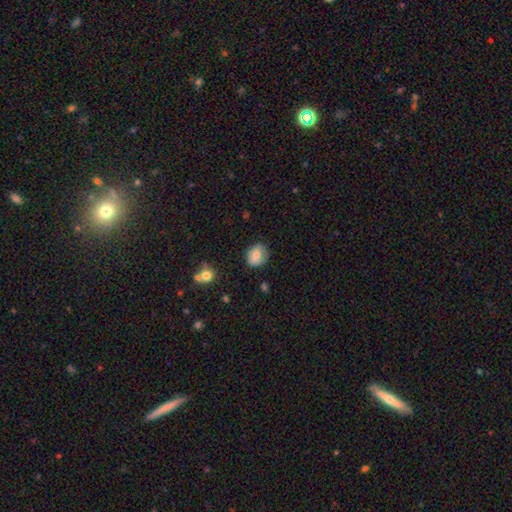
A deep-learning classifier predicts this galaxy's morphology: Smooth or featured? Predicted: smooth (p=0.80). How rounded? Predicted: round (p=0.61). Merging? Predicted: none (p=0.72).